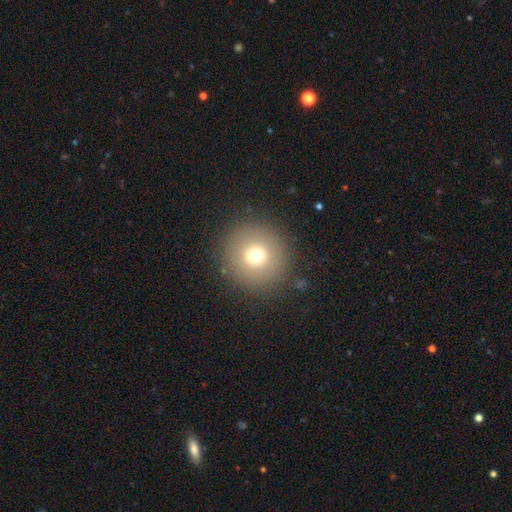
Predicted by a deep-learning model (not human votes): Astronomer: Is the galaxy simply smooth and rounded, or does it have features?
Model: smooth — 71%.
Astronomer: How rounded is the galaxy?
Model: round — 96%.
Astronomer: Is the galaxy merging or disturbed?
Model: none — 89%.